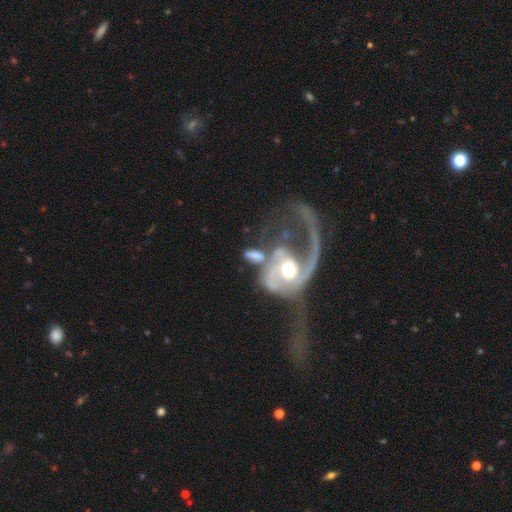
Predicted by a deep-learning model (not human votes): featured or disk 62%, smooth 30%, star or artifact 8%. Down the decision tree: edge-on disk — no (94%); bar — no (58%); spiral arms — yes (78%); bulge size — moderate (63%); merging — merger (40%).